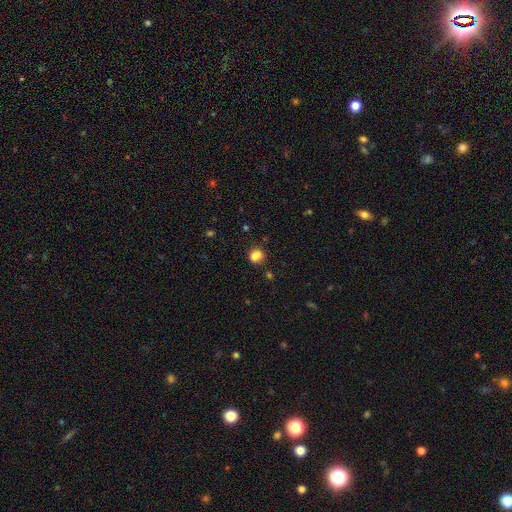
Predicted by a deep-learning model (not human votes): Smooth or featured?
  - smooth: 81% *
  - star or artifact: 12%
  - featured or disk: 7%
How rounded?
  - round: 75% *
  - in between: 24%
  - cigar-shaped: 1%
Merging?
  - none: 62% *
  - minor disturbance: 17%
  - merger: 16%
  - major disturbance: 5%